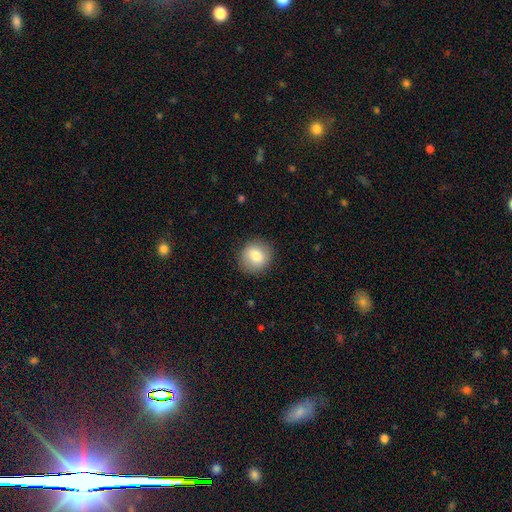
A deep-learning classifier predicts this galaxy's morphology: A smooth galaxy with no disk features (81%) that is round (84%). Merging: none (88%).